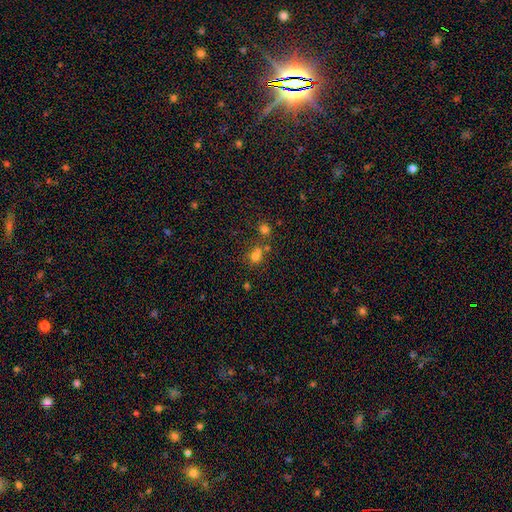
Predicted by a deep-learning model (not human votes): This is likely a smooth galaxy (70%). How rounded: likely round (72%). Merging: possibly none (47%).